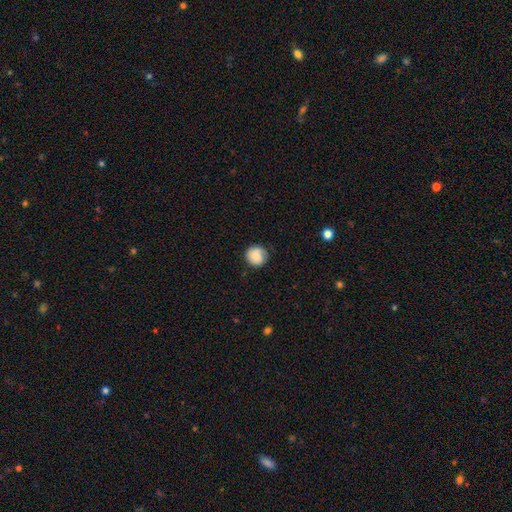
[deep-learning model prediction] Smooth or featured? Predicted: smooth (p=0.79). How rounded? Predicted: round (p=0.90). Merging? Predicted: none (p=0.78).